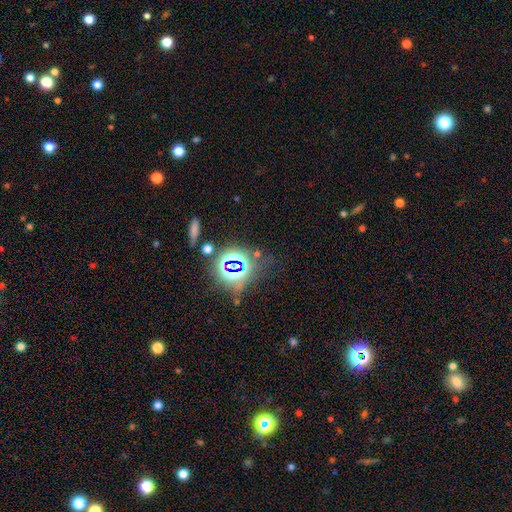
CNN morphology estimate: Smooth or featured? Predicted: star or artifact (p=0.74).